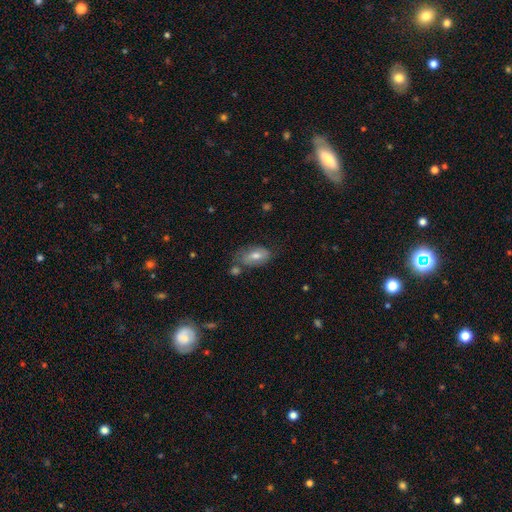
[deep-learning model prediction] smooth_or_featured: smooth (p=0.61) [alt: featured or disk p=0.30]
how_rounded: in between (p=0.89) [alt: round p=0.06]
merging: none (p=0.61) [alt: minor disturbance p=0.22]